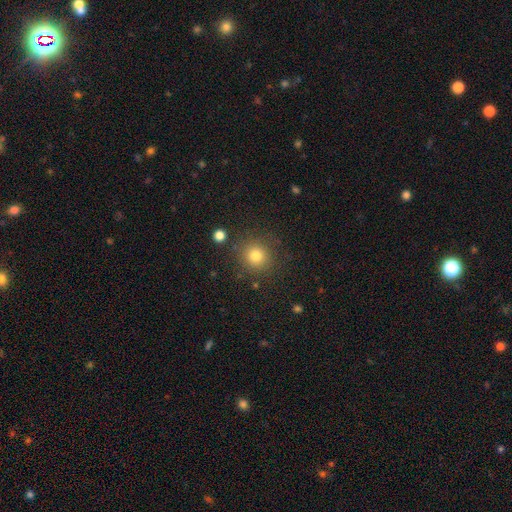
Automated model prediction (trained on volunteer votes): Smooth or featured? smooth (80%)
How rounded? round (91%)
Merging? none (85%)